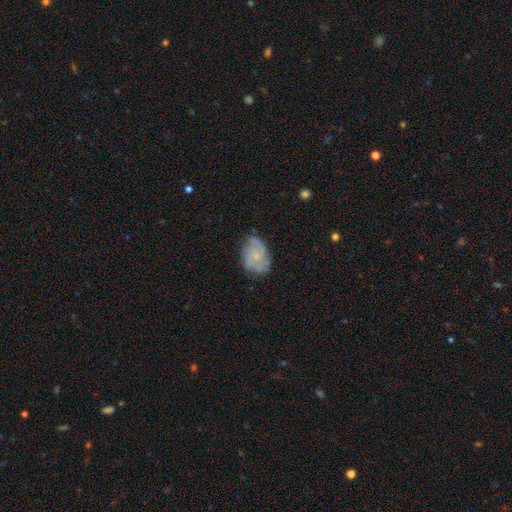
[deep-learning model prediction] This appears to be a featured or disk galaxy (69%) with no bar (76%), 2 (34%) medium (43%) spiral arms (92%) and a small central bulge (73%). Merging: none (68%).